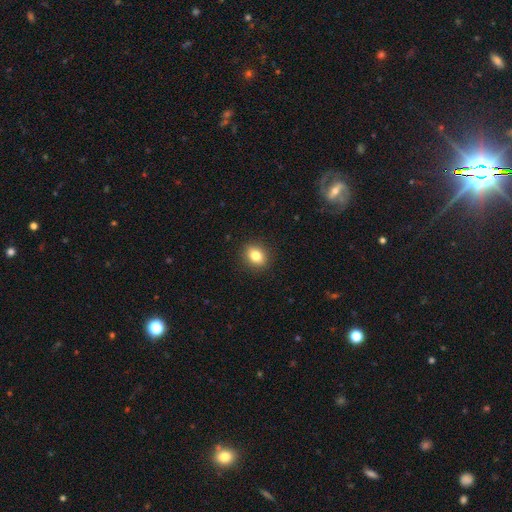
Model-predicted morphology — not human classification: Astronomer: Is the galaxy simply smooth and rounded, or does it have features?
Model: smooth — 81%.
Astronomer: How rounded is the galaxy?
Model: round — 50% (runner-up: in between, 49%).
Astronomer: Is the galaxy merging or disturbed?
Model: none — 90%.